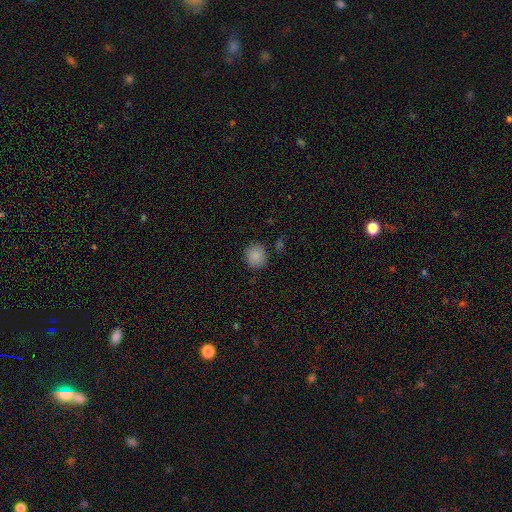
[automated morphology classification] smooth_or_featured: smooth (p=0.87) [alt: star or artifact p=0.09]
how_rounded: round (p=0.85) [alt: in between p=0.14]
merging: none (p=0.82) [alt: minor disturbance p=0.12]